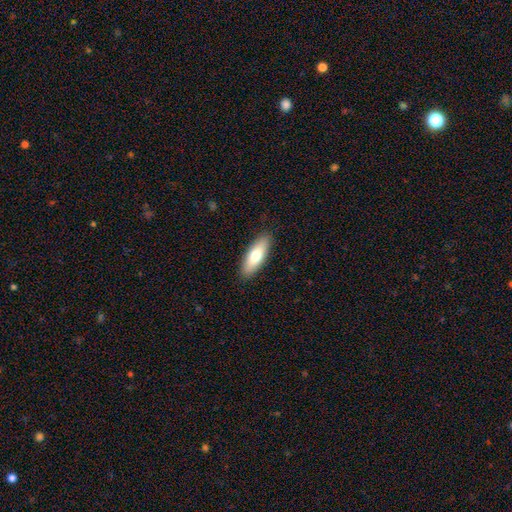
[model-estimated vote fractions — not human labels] A smooth galaxy with no disk features (72%) that is in between round and cigar-shaped (59%).

Vote fractions:
- Smooth or featured? smooth: 72% / featured or disk: 23% / star or artifact: 6%
- How rounded? in between: 59% / cigar-shaped: 39% / round: 2%
- Merging? none: 89% / minor disturbance: 9% / major disturbance: 2% / merger: 1%